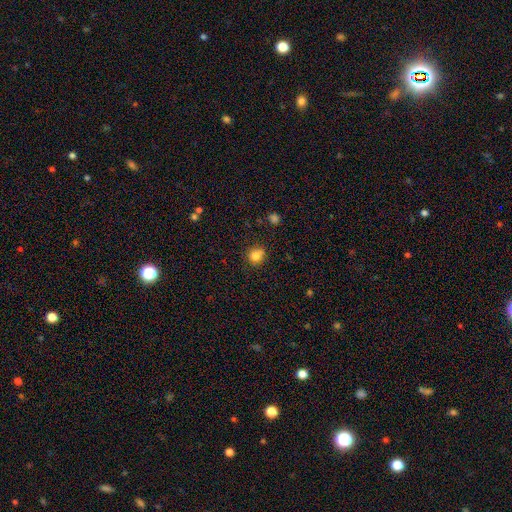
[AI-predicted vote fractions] Q: Smooth or featured?
A: smooth (80%); runner-up: star or artifact (12%)
Q: How rounded?
A: round (81%); runner-up: in between (18%)
Q: Merging?
A: none (65%); runner-up: minor disturbance (17%)